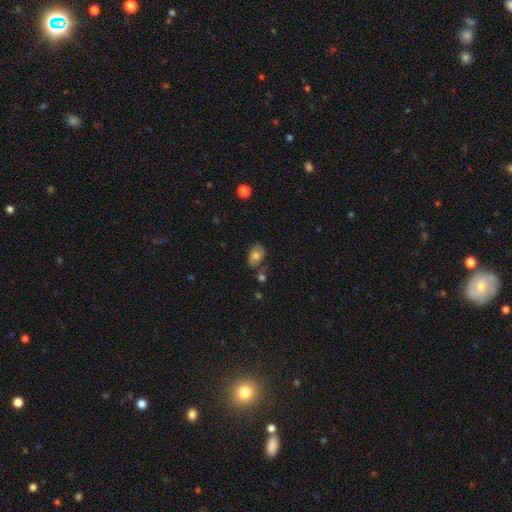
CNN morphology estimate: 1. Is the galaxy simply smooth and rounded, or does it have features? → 66% smooth, 25% featured or disk, 9% star or artifact.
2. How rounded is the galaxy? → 82% in between, 16% round, 1% cigar-shaped.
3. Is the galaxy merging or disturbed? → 60% none, 21% minor disturbance, 12% merger, 7% major disturbance.